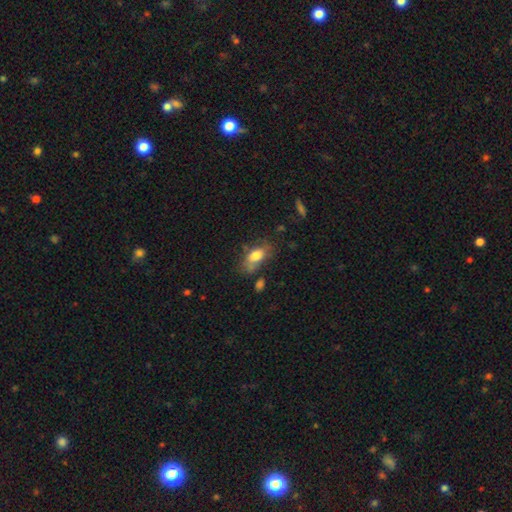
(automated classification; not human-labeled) Smooth or featured?
  - smooth: 72% *
  - featured or disk: 20%
  - star or artifact: 8%
How rounded?
  - in between: 87% *
  - round: 7%
  - cigar-shaped: 6%
Merging?
  - none: 54% *
  - minor disturbance: 26%
  - major disturbance: 12%
  - merger: 8%